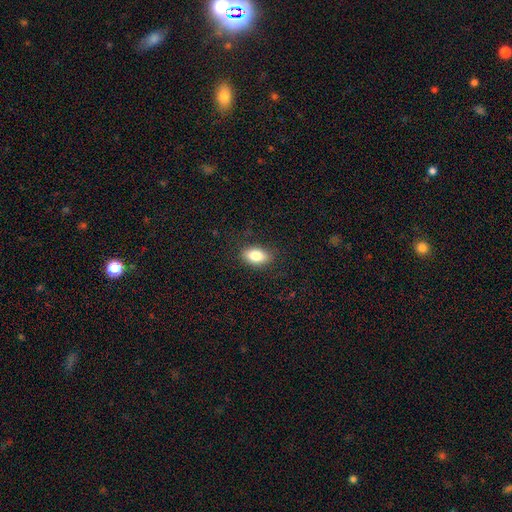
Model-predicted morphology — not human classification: A smooth galaxy with no disk features (82%) that is in between round and cigar-shaped (88%). Merging: none (85%).